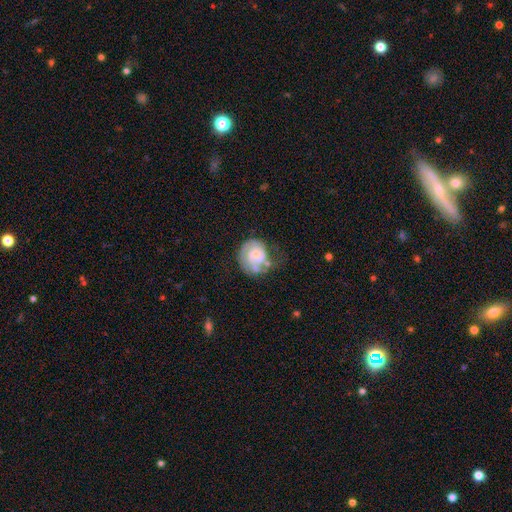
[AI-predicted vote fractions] Smooth or featured? Predicted: featured or disk (p=0.64). Edge-on disk? Predicted: no (p=0.98). Bar? Predicted: no (p=0.76). Spiral arms? Predicted: yes (p=0.79). Bulge size? Predicted: small (p=0.56). Merging? Predicted: none (p=0.37).